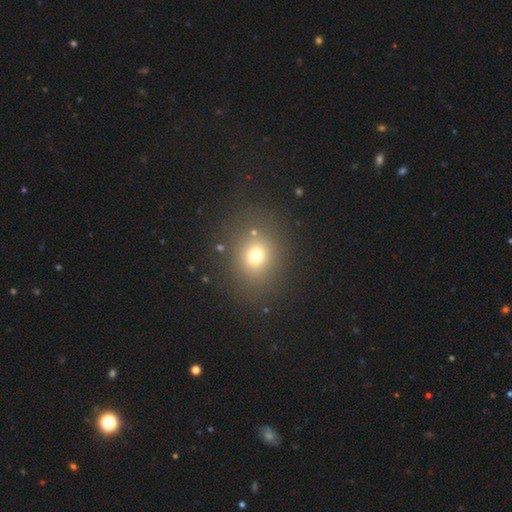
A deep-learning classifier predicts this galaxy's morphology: Smooth or featured: smooth — 68% (star or artifact — 20%)
How rounded: round — 69% (in between — 30%)
Merging: none — 80% (minor disturbance — 10%)